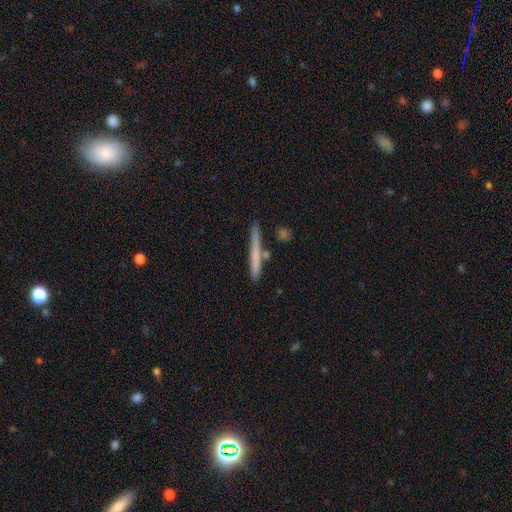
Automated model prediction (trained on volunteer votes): A smooth galaxy with no disk features (60%) that is cigar-shaped (96%). Merging: none (82%).